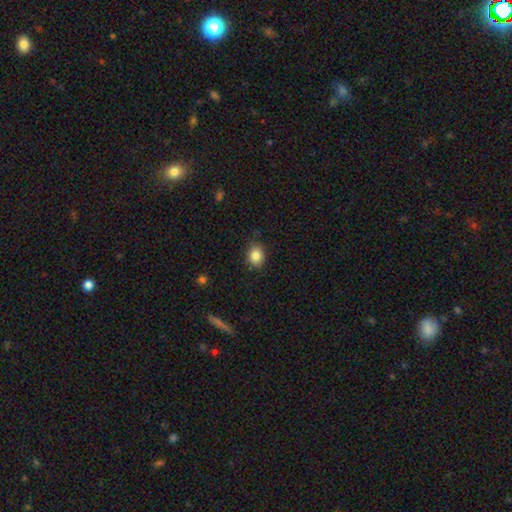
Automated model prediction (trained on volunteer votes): Smooth or featured?
  - smooth: 85% *
  - star or artifact: 9%
  - featured or disk: 6%
How rounded?
  - round: 50% *
  - in between: 49%
  - cigar-shaped: 1%
Merging?
  - none: 83% *
  - minor disturbance: 13%
  - major disturbance: 3%
  - merger: 1%